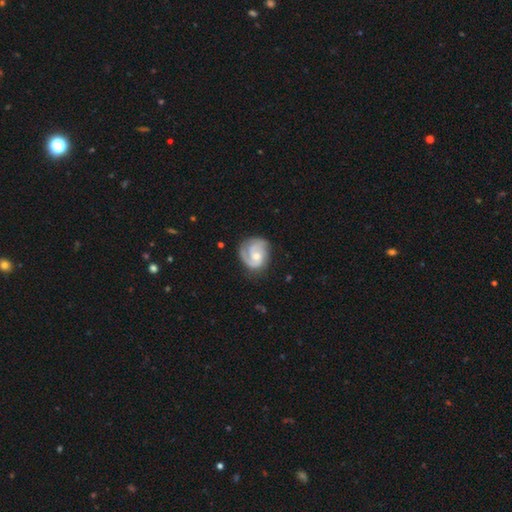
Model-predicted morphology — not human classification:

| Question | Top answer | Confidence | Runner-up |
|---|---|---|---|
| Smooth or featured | featured or disk | 81% | smooth (14%) |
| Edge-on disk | no | 98% | yes (2%) |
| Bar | no | 60% | weak (34%) |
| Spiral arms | yes | 96% | no (4%) |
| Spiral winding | tight | 46% | medium (41%) |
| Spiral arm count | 2 | 63% | 1 (14%) |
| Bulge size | moderate | 52% | small (40%) |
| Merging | none | 69% | minor disturbance (20%) |